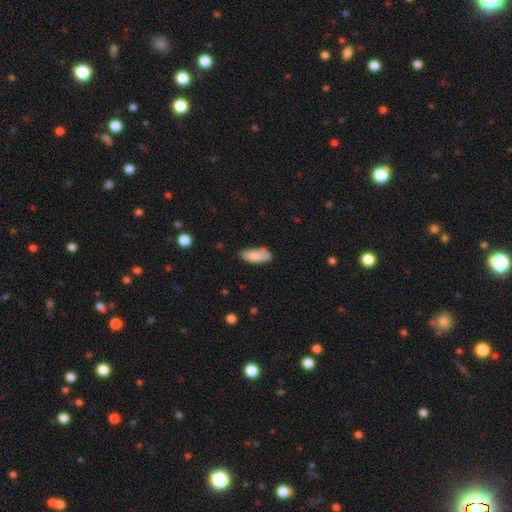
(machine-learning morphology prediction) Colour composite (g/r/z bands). It shows a smooth galaxy with no disk features (83%) that is in between round and cigar-shaped (78%). Merging: none (61%).